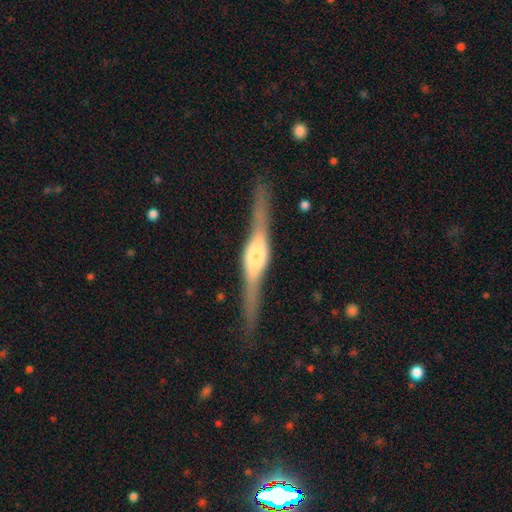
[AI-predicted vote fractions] Smooth or featured? featured or disk (80%)
Edge-on disk? yes (96%)
Edge-on bulge? rounded (77%)
Merging? none (83%)